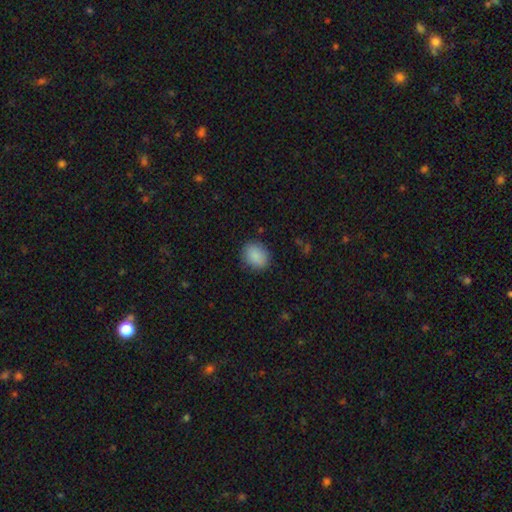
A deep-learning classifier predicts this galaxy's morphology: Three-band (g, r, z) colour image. It shows a smooth galaxy with no disk features (88%) that is round (59%). Merging: none (86%).